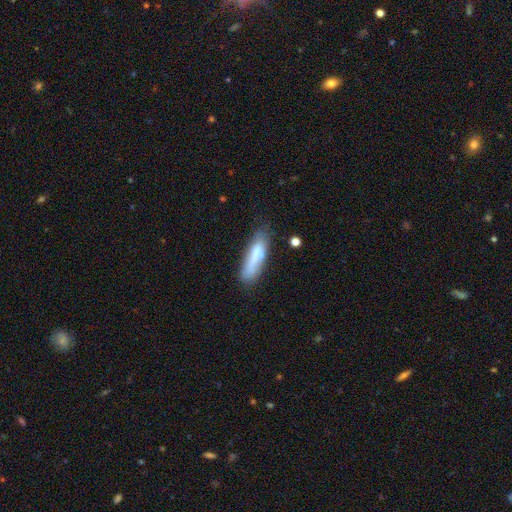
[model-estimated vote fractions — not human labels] A smooth galaxy with no disk features (70%) that is cigar-shaped (66%).

Vote fractions:
- Smooth or featured? smooth: 70% / featured or disk: 22% / star or artifact: 8%
- How rounded? cigar-shaped: 66% / in between: 32% / round: 2%
- Merging? none: 57% / minor disturbance: 25% / merger: 9% / major disturbance: 9%